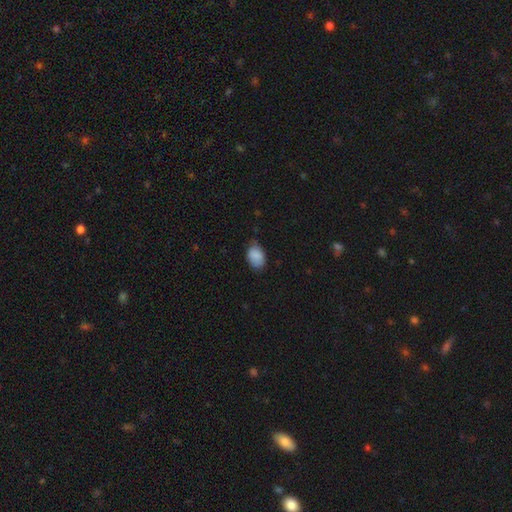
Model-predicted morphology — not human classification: smooth 87%, star or artifact 7%, featured or disk 5%. Down the decision tree: how rounded — in between (81%); merging — none (62%).